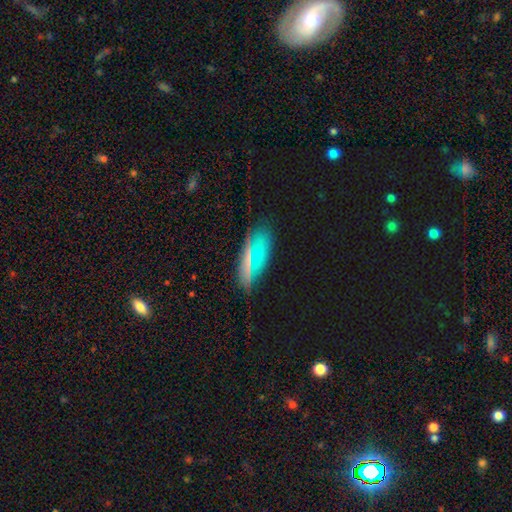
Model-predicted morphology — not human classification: Smooth or featured? Predicted: smooth (p=0.60). How rounded? Predicted: in between (p=0.71). Merging? Predicted: none (p=0.80).